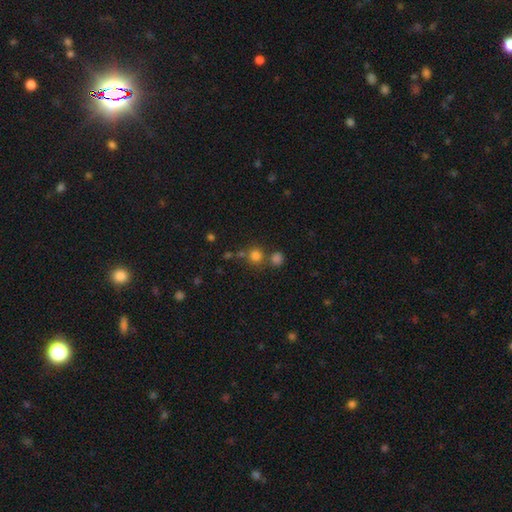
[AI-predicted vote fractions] This is likely a smooth galaxy (76%). How rounded: clearly round (90%). Merging: likely none (65%).